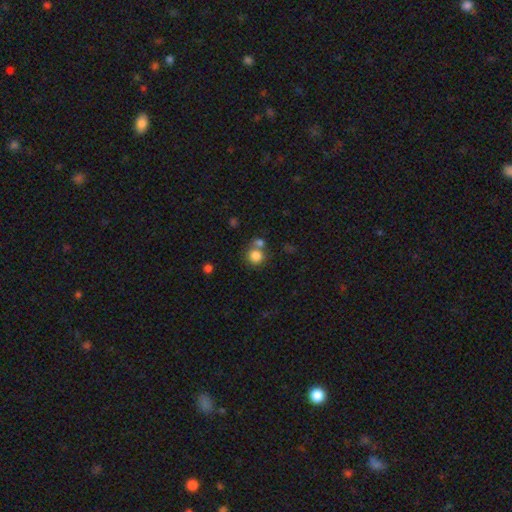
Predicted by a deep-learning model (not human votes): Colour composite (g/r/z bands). It shows a smooth galaxy with no disk features (82%) that is round (89%). Merging: none (56%).